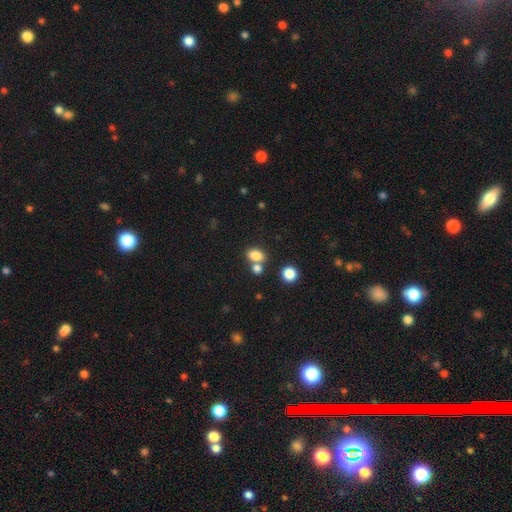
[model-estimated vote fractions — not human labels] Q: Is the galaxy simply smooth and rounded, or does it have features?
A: smooth — 82%.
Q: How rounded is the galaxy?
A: in between — 77%.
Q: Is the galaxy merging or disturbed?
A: none — 55%.